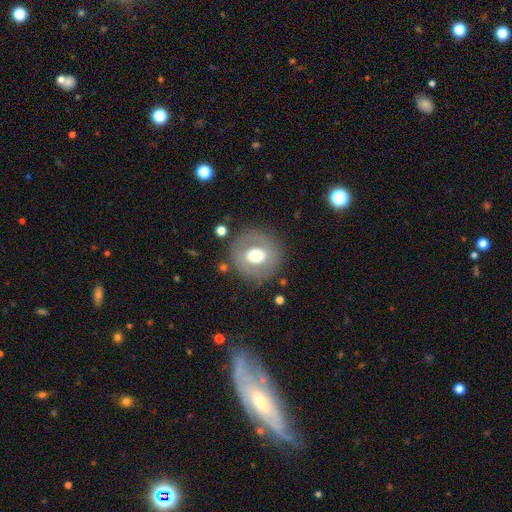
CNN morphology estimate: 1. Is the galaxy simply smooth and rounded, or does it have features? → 55% smooth, 36% featured or disk, 9% star or artifact.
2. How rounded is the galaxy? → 88% round, 11% in between, 1% cigar-shaped.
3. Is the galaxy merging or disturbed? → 81% none, 11% minor disturbance, 6% major disturbance, 2% merger.